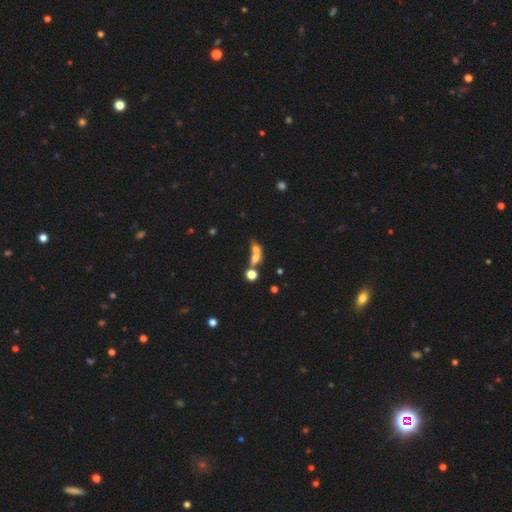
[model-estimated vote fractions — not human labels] smooth 56%, featured or disk 26%, star or artifact 18%. Down the decision tree: how rounded — in between (48%); merging — merger (61%).